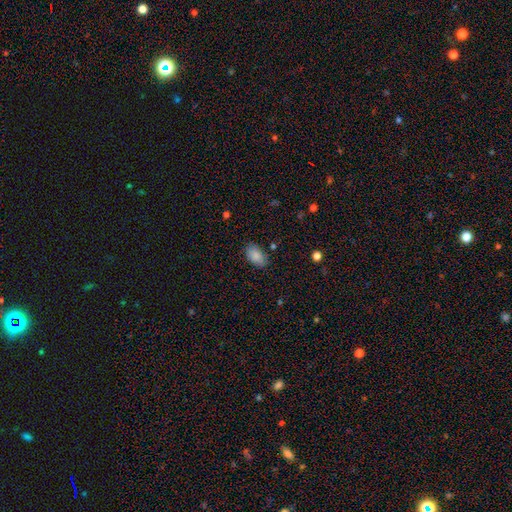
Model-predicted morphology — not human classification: smooth 87%, star or artifact 7%, featured or disk 6%. Down the decision tree: how rounded — in between (91%); merging — none (81%).